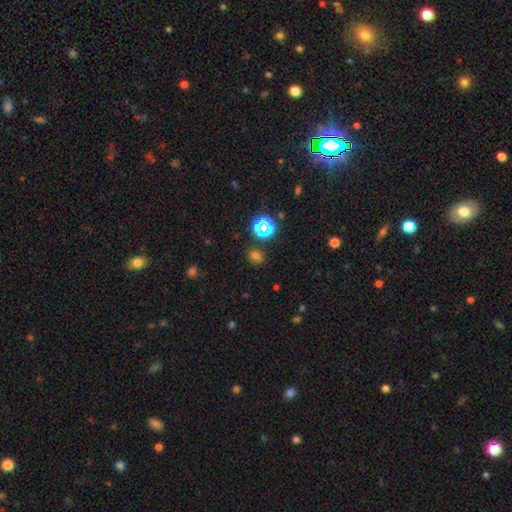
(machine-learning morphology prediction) A smooth galaxy with no disk features (66%) that is round (62%).

Vote fractions:
- Smooth or featured? smooth: 66% / star or artifact: 27% / featured or disk: 7%
- How rounded? round: 62% / in between: 37% / cigar-shaped: 1%
- Merging? none: 82% / minor disturbance: 11% / merger: 4% / major disturbance: 3%